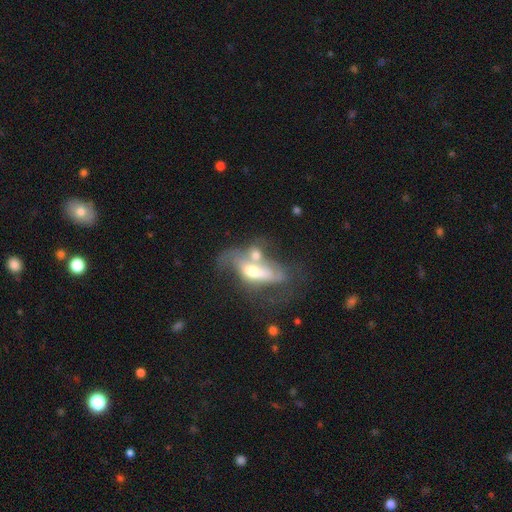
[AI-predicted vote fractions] Smooth or featured: featured or disk — 54% (smooth — 38%)
Edge-on disk: no — 82% (yes — 18%)
Merging: merger — 56% (major disturbance — 23%)